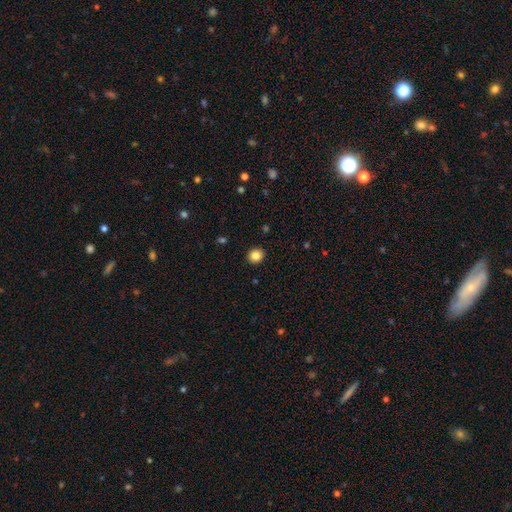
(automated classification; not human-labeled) A smooth galaxy with no disk features (85%) that is round (83%). Merging: none (92%).